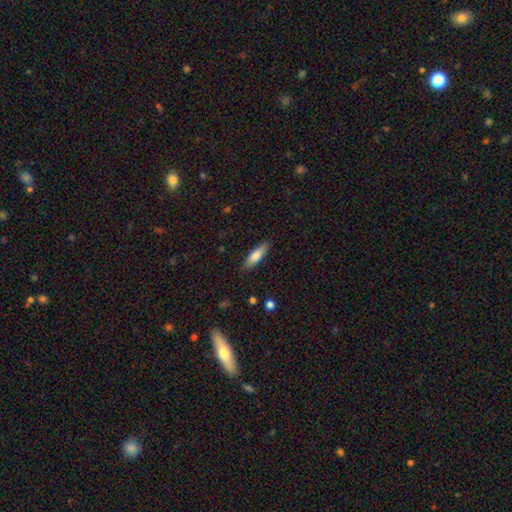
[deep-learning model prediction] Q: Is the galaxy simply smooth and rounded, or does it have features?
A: smooth — 76%.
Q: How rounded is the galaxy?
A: cigar-shaped — 55%.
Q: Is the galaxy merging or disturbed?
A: none — 86%.